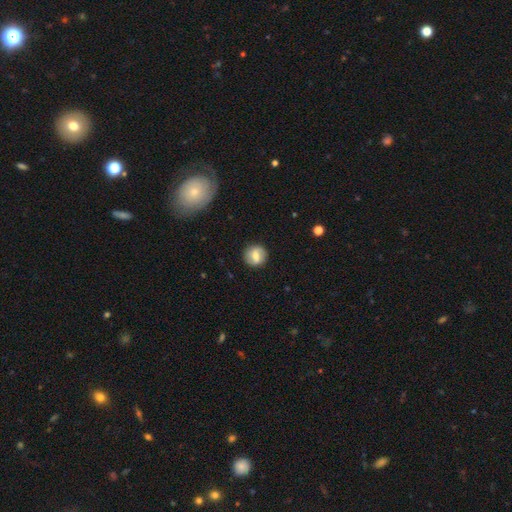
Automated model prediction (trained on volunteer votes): Smooth or featured? smooth (51%)
How rounded? round (85%)
Merging? none (87%)